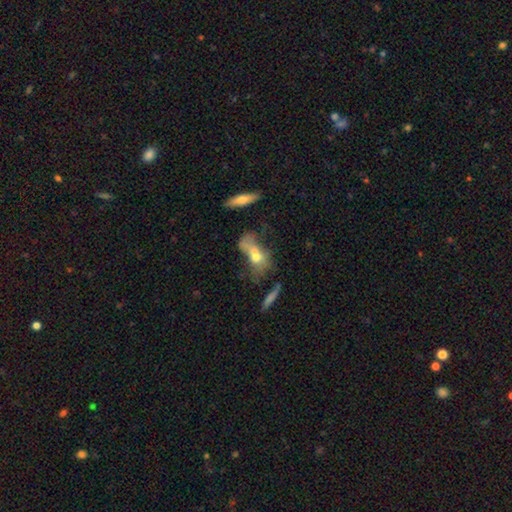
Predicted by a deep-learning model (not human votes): A smooth galaxy with no disk features (50%). Merging: major disturbance (30%).